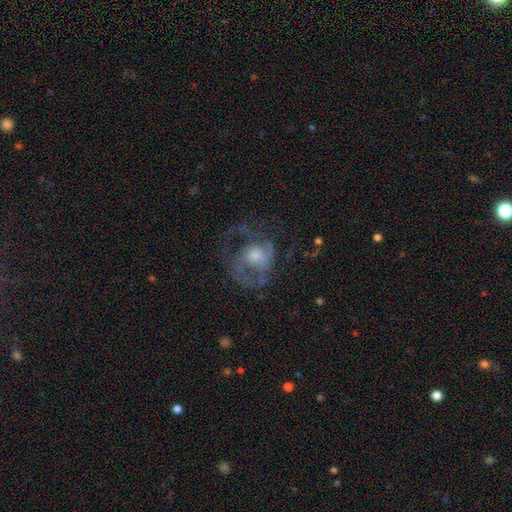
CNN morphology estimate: featured or disk 79%, smooth 13%, star or artifact 8%. Down the decision tree: edge-on disk — no (98%); bar — no (69%); spiral arms — yes (89%); spiral arm count — 2 (54%); spiral winding — medium (50%); bulge size — moderate (51%); merging — none (55%).